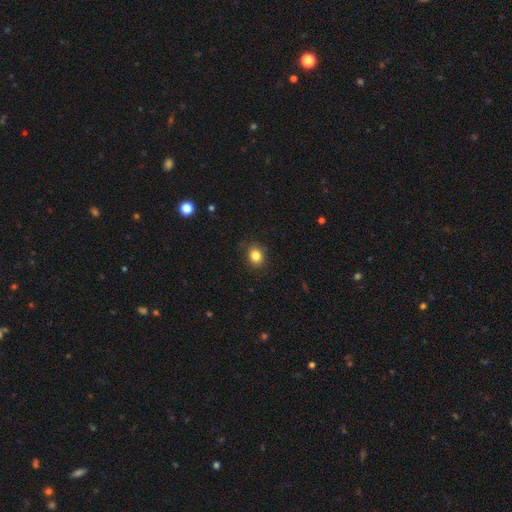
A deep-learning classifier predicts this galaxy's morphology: A smooth galaxy with no disk features (84%) that is round (63%). Merging: none (87%).